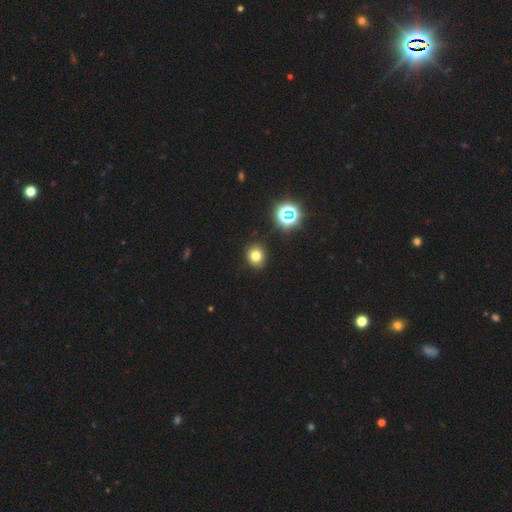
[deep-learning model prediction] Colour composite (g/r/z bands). It shows a smooth galaxy with no disk features (75%) that is round (73%). Merging: none (87%).